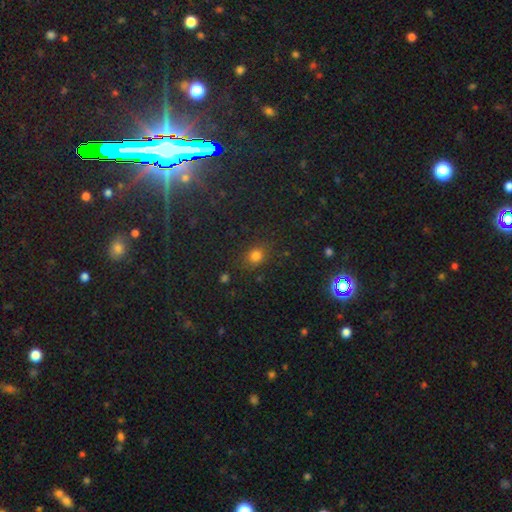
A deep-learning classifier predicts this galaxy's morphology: Smooth or featured: smooth — 75% (star or artifact — 19%)
How rounded: round — 66% (in between — 33%)
Merging: none — 82% (minor disturbance — 11%)